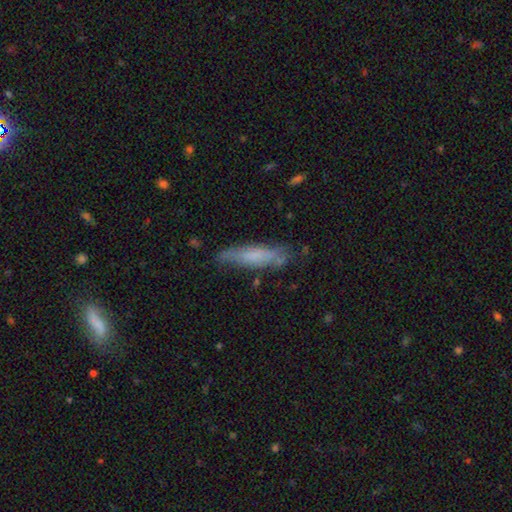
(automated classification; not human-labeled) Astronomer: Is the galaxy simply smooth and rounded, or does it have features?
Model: smooth — 58% (runner-up: featured or disk, 34%).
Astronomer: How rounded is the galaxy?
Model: cigar-shaped — 79%.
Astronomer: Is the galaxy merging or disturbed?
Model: none — 65%.